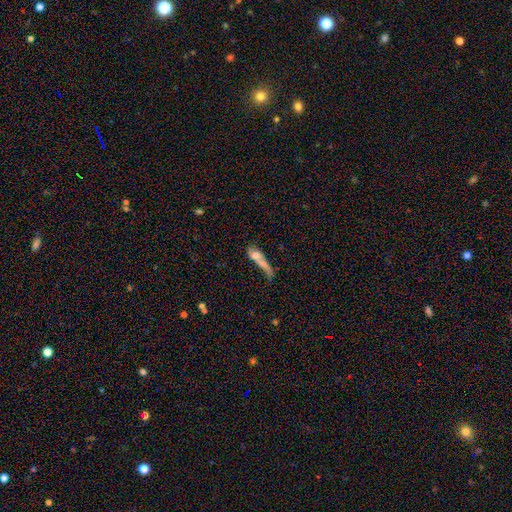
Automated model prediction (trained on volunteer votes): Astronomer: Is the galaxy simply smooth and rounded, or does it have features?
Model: smooth — 54% (runner-up: featured or disk, 36%).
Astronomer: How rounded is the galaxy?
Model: cigar-shaped — 49% (runner-up: in between, 40%).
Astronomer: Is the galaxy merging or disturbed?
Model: major disturbance — 36% (runner-up: merger, 31%).